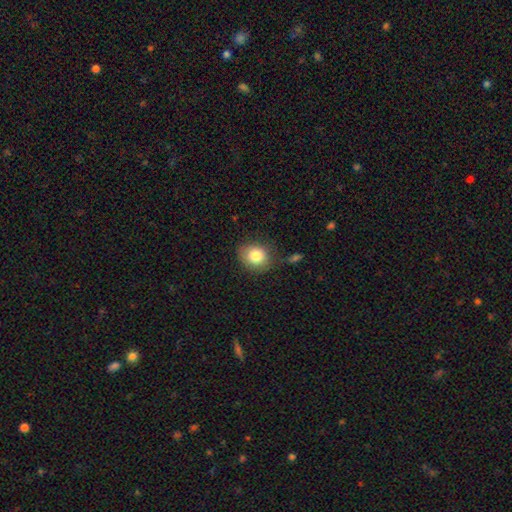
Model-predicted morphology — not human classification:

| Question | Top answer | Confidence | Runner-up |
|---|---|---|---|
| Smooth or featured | smooth | 82% | star or artifact (9%) |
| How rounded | round | 69% | in between (30%) |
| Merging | none | 75% | minor disturbance (16%) |